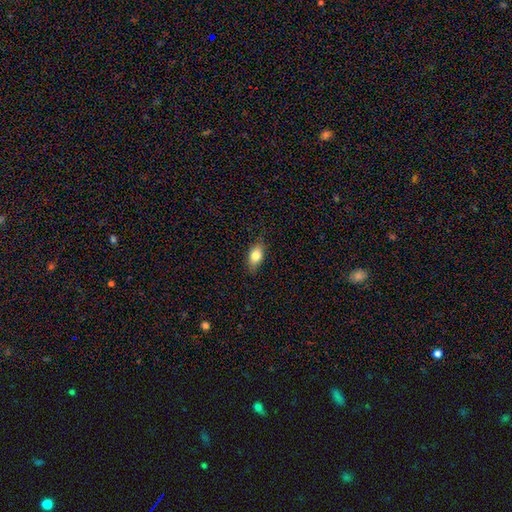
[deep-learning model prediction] Smooth or featured? Predicted: smooth (p=0.78). How rounded? Predicted: in between (p=0.83). Merging? Predicted: none (p=0.80).